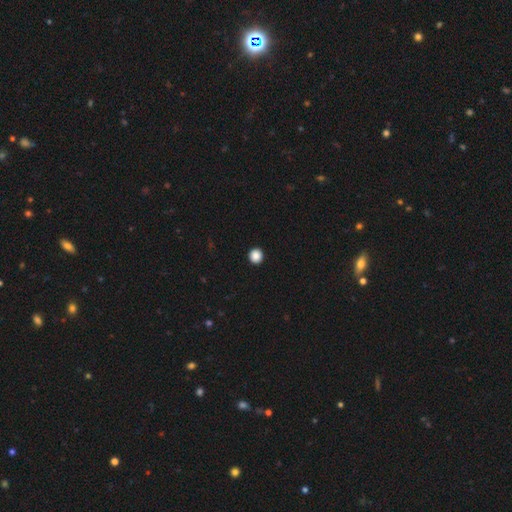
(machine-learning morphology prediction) The model was most divided on "smooth or featured": smooth: 87%, star or artifact: 10%, featured or disk: 3%. More confident: merging — none (94%); how rounded — round (93%).